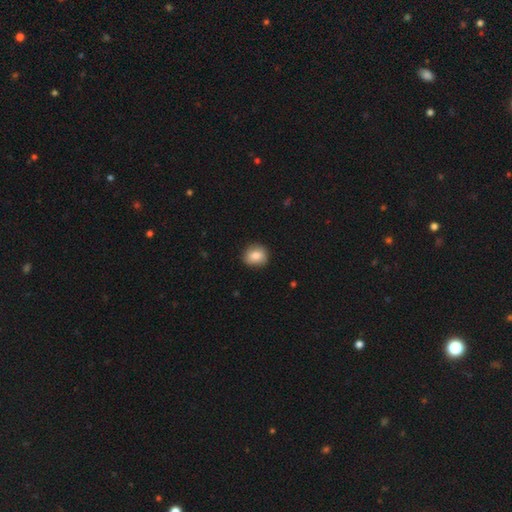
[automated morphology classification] A smooth galaxy with no disk features (83%) that is round (76%). Merging: none (84%).